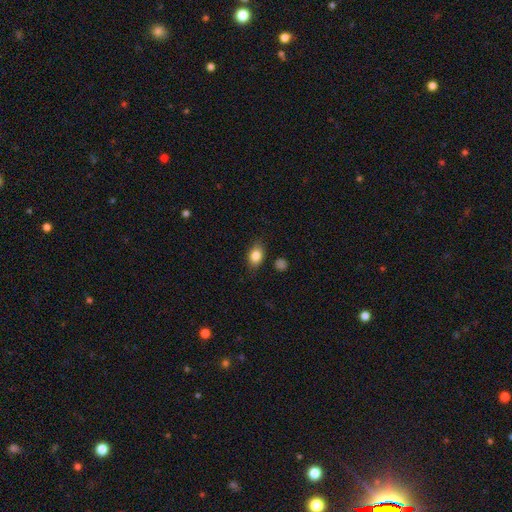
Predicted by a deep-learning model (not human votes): smooth 83%, featured or disk 9%, star or artifact 9%. Down the decision tree: how rounded — in between (78%); merging — none (79%).